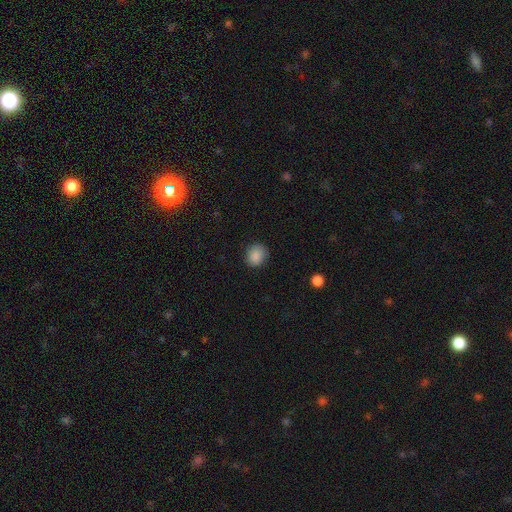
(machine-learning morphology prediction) This appears to be a smooth galaxy with no disk features (87%) that is round (73%). Merging: none (84%).